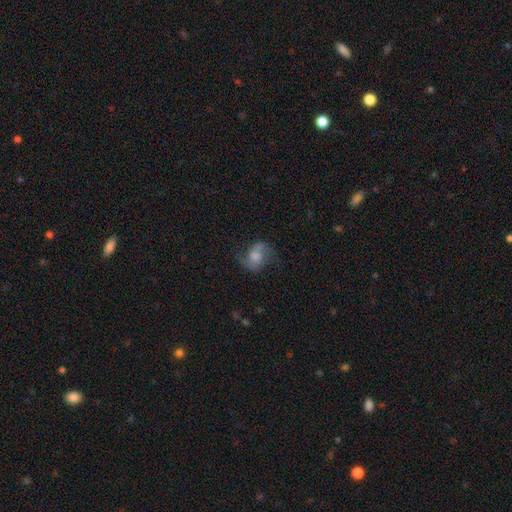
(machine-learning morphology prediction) Q: Smooth or featured?
A: featured or disk (66%); runner-up: smooth (26%)
Q: Edge-on disk?
A: no (97%); runner-up: yes (3%)
Q: Bar?
A: no (57%); runner-up: weak (36%)
Q: Spiral arms?
A: yes (91%); runner-up: no (9%)
Q: Spiral winding?
A: loose (55%); runner-up: medium (37%)
Q: Spiral arm count?
A: 2 (89%); runner-up: can't tell (4%)
Q: Bulge size?
A: moderate (46%); runner-up: small (24%)
Q: Merging?
A: none (63%); runner-up: minor disturbance (21%)